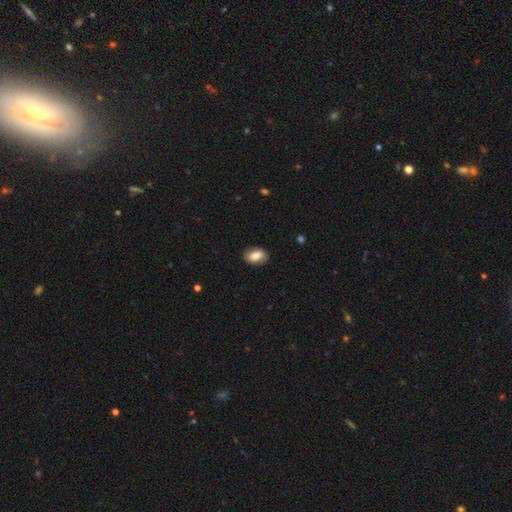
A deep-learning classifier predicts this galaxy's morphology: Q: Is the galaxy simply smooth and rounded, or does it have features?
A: smooth — 83%.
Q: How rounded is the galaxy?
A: in between — 87%.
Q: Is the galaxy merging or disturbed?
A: none — 86%.